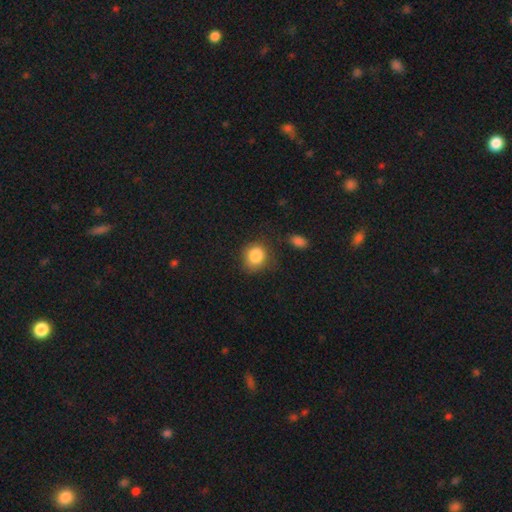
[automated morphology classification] This is clearly a smooth galaxy (85%). How rounded: likely round (78%). Merging: likely none (74%).